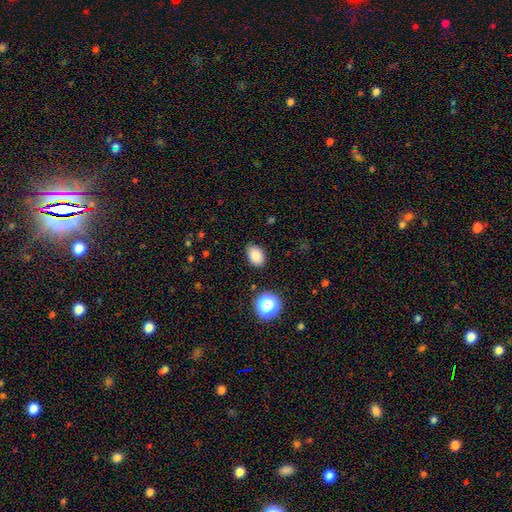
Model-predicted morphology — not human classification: Smooth or featured?
  - smooth: 85% *
  - star or artifact: 11%
  - featured or disk: 4%
How rounded?
  - in between: 81% *
  - round: 18%
  - cigar-shaped: 1%
Merging?
  - none: 84% *
  - minor disturbance: 11%
  - major disturbance: 3%
  - merger: 2%